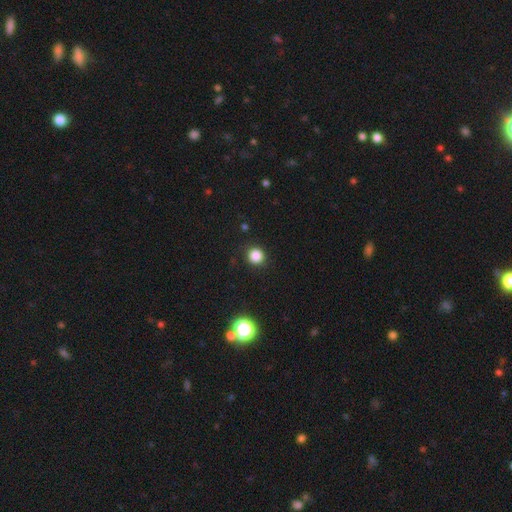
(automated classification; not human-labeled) The model was most divided on "smooth or featured": smooth: 84%, star or artifact: 13%, featured or disk: 3%. More confident: how rounded — round (92%); merging — none (90%).